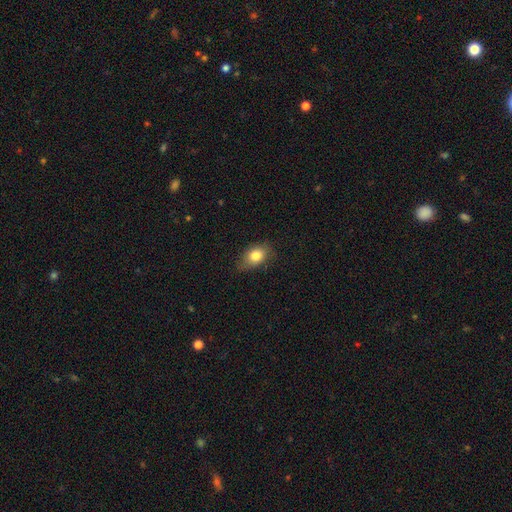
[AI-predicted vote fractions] A smooth galaxy with no disk features (81%) that is in between round and cigar-shaped (78%).

Vote fractions:
- Smooth or featured? smooth: 81% / featured or disk: 11% / star or artifact: 8%
- How rounded? in between: 78% / round: 20% / cigar-shaped: 2%
- Merging? none: 72% / minor disturbance: 23% / major disturbance: 4% / merger: 1%